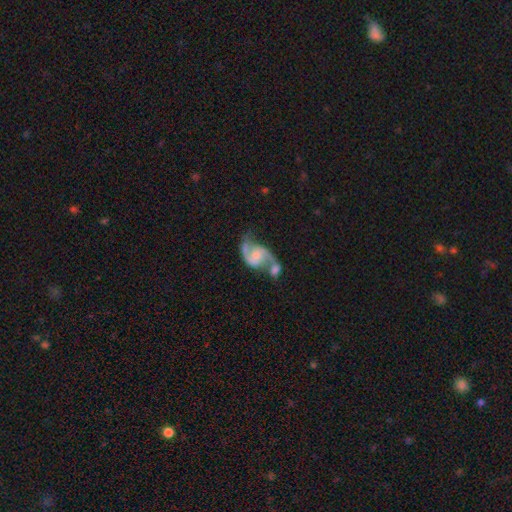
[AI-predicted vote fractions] featured or disk 88%, smooth 7%, star or artifact 5%. Down the decision tree: edge-on disk — no (98%); bar — no (54%); spiral arms — yes (96%); spiral arm count — 2 (92%); spiral winding — loose (50%); bulge size — small (50%); merging — merger (43%).